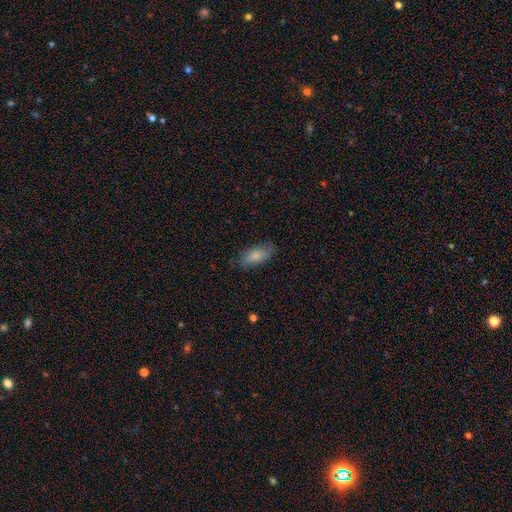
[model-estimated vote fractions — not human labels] The model was most divided on "merging": none: 77%, minor disturbance: 18%, major disturbance: 4%, merger: 1%. More confident: how rounded — in between (84%); smooth or featured — smooth (78%).